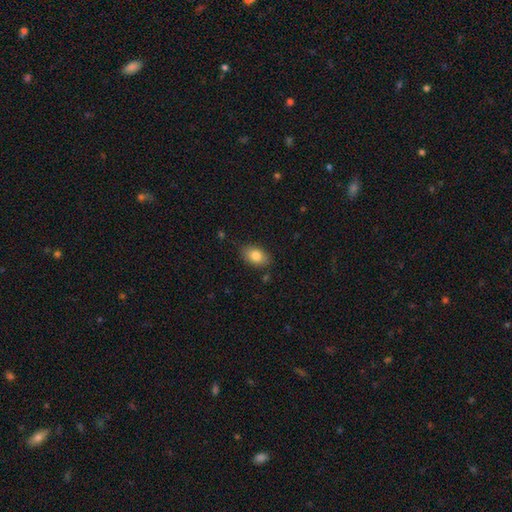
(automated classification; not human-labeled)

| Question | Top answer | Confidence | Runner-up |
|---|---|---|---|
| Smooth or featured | smooth | 83% | featured or disk (9%) |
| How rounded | in between | 88% | round (10%) |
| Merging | none | 83% | minor disturbance (13%) |